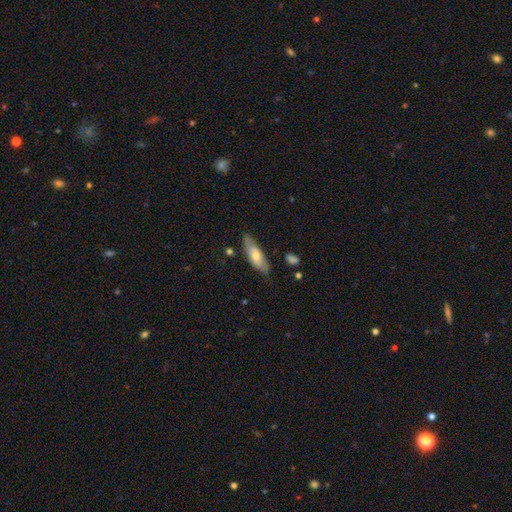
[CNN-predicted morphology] A smooth galaxy with no disk features (56%) that is in between round and cigar-shaped (62%).

Vote fractions:
- Smooth or featured? smooth: 56% / featured or disk: 38% / star or artifact: 6%
- How rounded? in between: 62% / cigar-shaped: 36% / round: 2%
- Merging? none: 70% / minor disturbance: 23% / major disturbance: 5% / merger: 2%